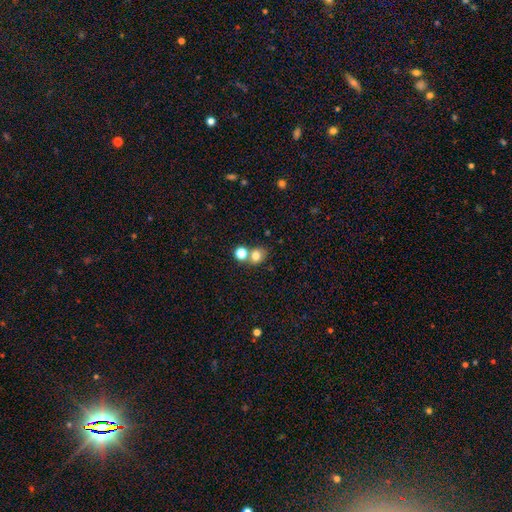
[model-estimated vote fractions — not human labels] Smooth or featured? Predicted: smooth (p=0.77). How rounded? Predicted: round (p=0.65). Merging? Predicted: none (p=0.54).